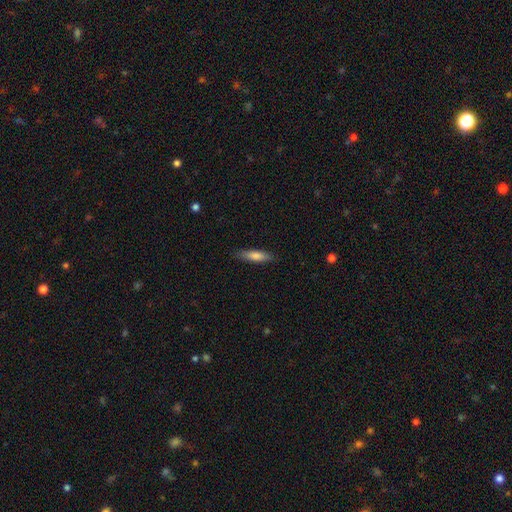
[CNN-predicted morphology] The model was most divided on "how rounded": cigar-shaped: 74%, in between: 25%, round: 2%. More confident: merging — none (86%); smooth or featured — smooth (74%).